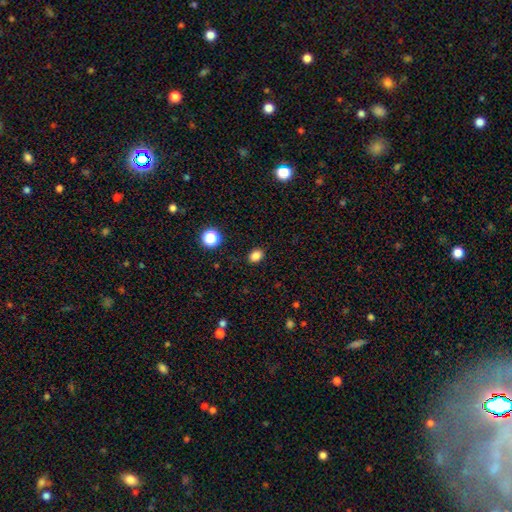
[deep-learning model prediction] smooth 84%, star or artifact 12%, featured or disk 4%. Down the decision tree: how rounded — in between (60%); merging — none (89%).